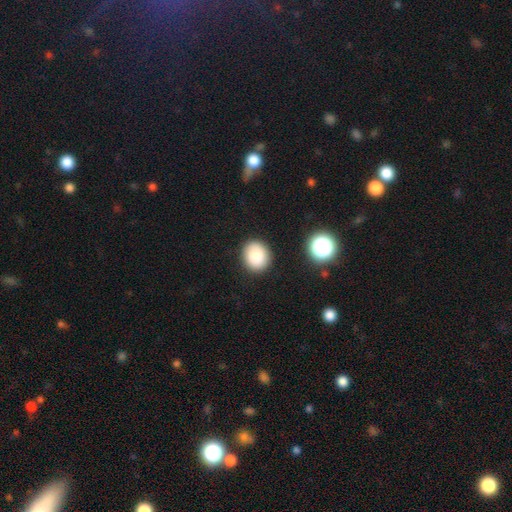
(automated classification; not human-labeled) Smooth or featured? smooth (84%)
How rounded? round (75%)
Merging? none (88%)